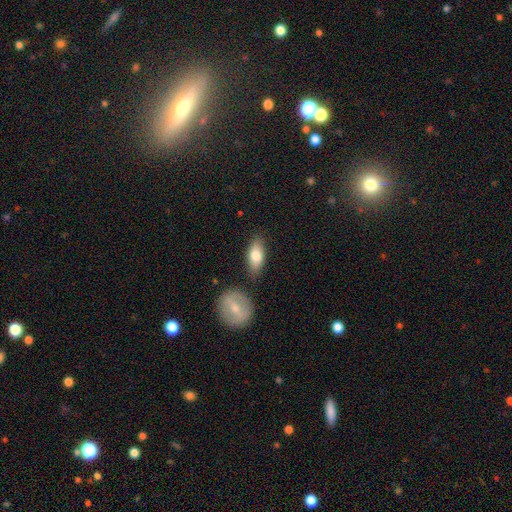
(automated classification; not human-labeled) A smooth galaxy with no disk features (75%) that is in between round and cigar-shaped (82%).

Vote fractions:
- Smooth or featured? smooth: 75% / featured or disk: 19% / star or artifact: 6%
- How rounded? in between: 82% / cigar-shaped: 14% / round: 4%
- Merging? none: 78% / minor disturbance: 13% / merger: 6% / major disturbance: 3%